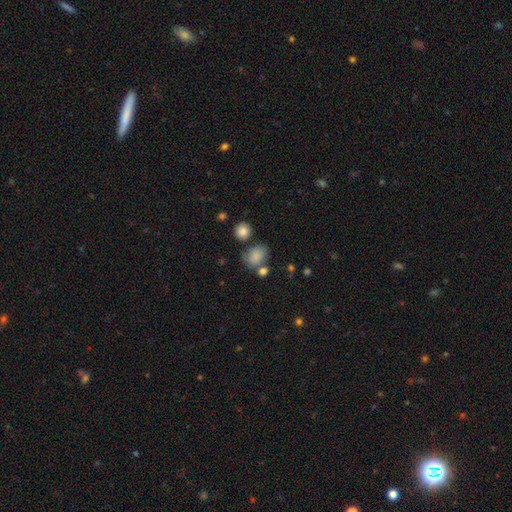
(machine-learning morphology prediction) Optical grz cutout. It shows a smooth galaxy with no disk features (80%) that is in between round and cigar-shaped (58%). Merging: none (52%).